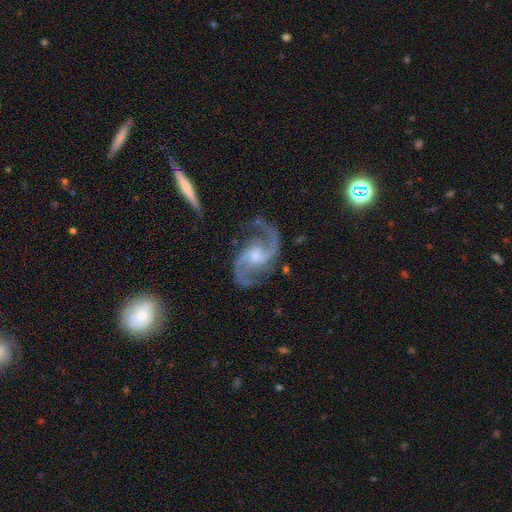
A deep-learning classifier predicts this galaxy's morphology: Smooth or featured? featured or disk (93%)
Edge-on disk? no (98%)
Bar? no (49%)
Spiral arms? yes (98%)
Spiral winding? medium (53%)
Spiral arm count? 2 (92%)
Bulge size? small (47%)
Merging? none (76%)